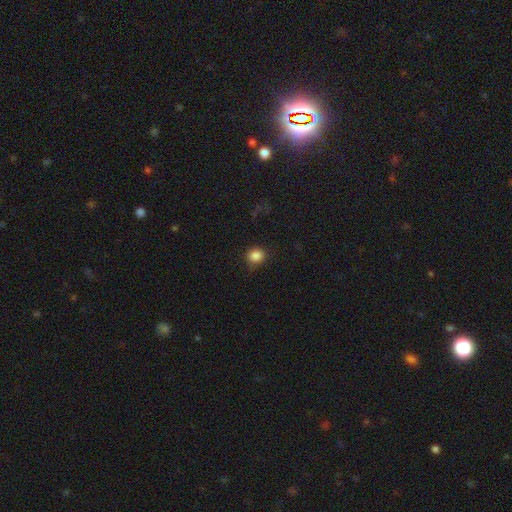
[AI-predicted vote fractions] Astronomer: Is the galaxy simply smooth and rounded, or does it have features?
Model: smooth — 86%.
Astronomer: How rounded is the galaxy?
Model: round — 82%.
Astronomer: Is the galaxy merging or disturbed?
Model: none — 81%.